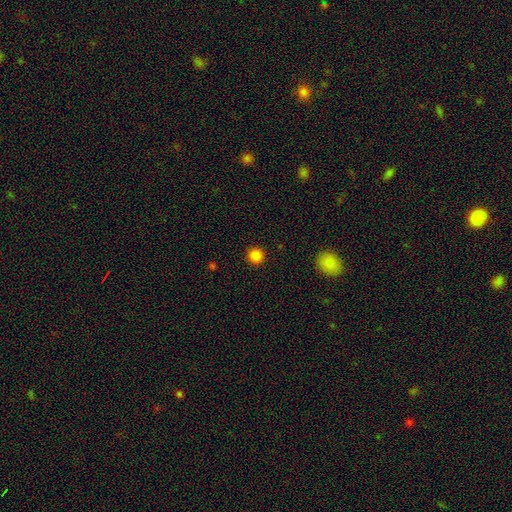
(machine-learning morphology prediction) The model was most divided on "smooth or featured": smooth: 85%, star or artifact: 12%, featured or disk: 3%. More confident: how rounded — round (95%); merging — none (93%).